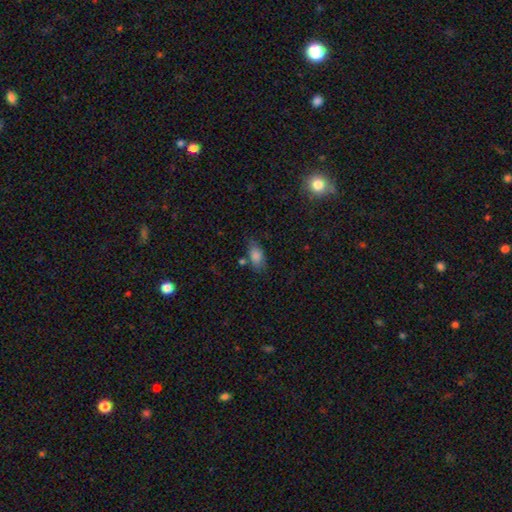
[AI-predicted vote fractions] Smooth or featured: smooth — 79% (star or artifact — 12%)
How rounded: in between — 86% (cigar-shaped — 7%)
Merging: none — 67% (minor disturbance — 20%)